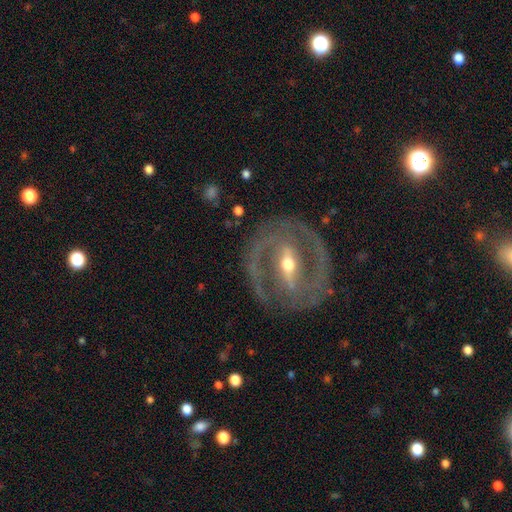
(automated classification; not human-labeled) This is clearly a featured or disk galaxy (88%). It is clearly not viewed edge-on (92%). Bar: likely strong (69%). Spiral arm pattern: clearly yes (83%). Spiral arm count: clearly 2 (82%). Spiral winding: possibly tight (51%). Central bulge: possibly moderate (51%). Merging: clearly none (81%).